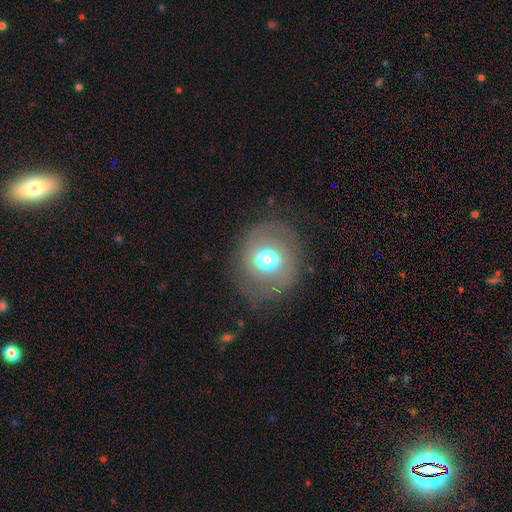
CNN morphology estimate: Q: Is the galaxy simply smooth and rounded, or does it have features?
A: featured or disk — 46%.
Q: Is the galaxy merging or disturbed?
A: none — 82%.